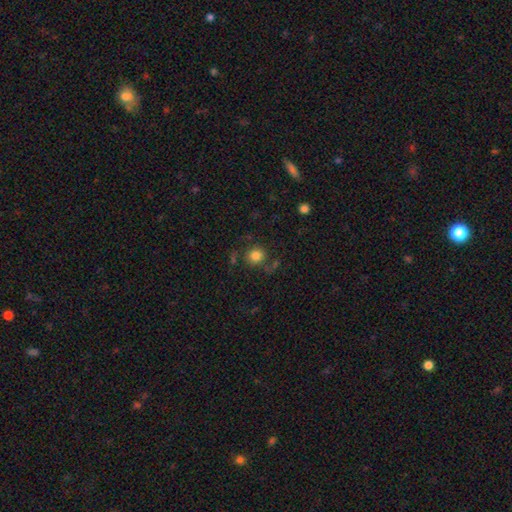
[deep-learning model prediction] This appears to be a smooth galaxy with no disk features (81%) that is round (88%). Merging: none (75%).